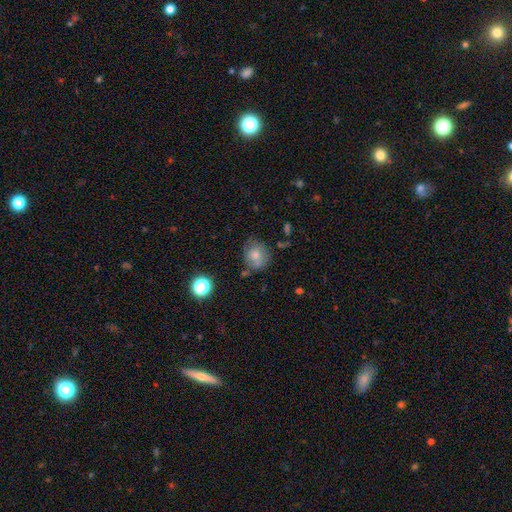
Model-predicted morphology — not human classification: Q: Smooth or featured?
A: smooth (67%); runner-up: featured or disk (21%)
Q: How rounded?
A: round (77%); runner-up: in between (22%)
Q: Merging?
A: none (61%); runner-up: minor disturbance (24%)